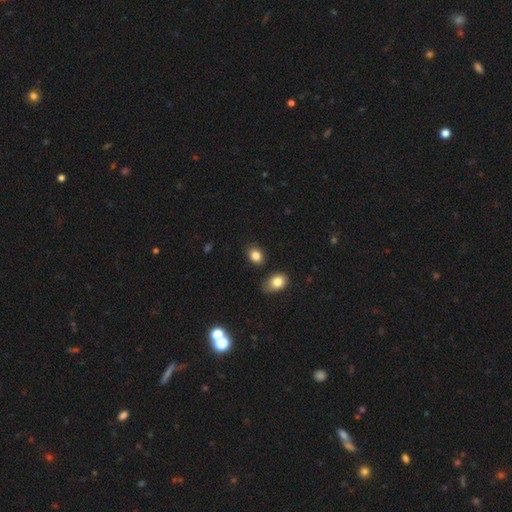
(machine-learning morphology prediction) Smooth or featured: smooth — 85% (star or artifact — 9%)
How rounded: in between — 62% (round — 36%)
Merging: none — 81% (minor disturbance — 11%)